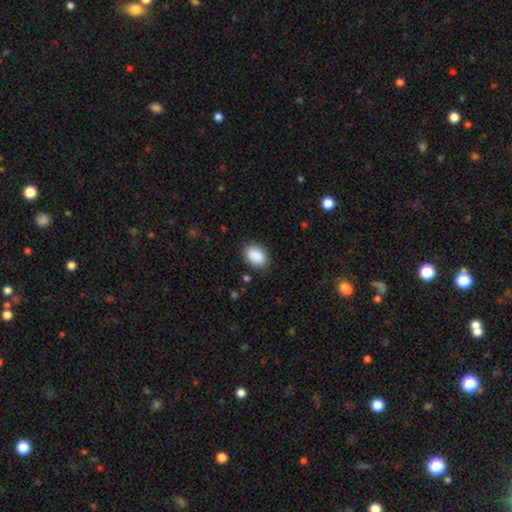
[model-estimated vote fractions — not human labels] This appears to be a smooth galaxy with no disk features (90%) that is in between round and cigar-shaped (86%). Merging: none (84%).